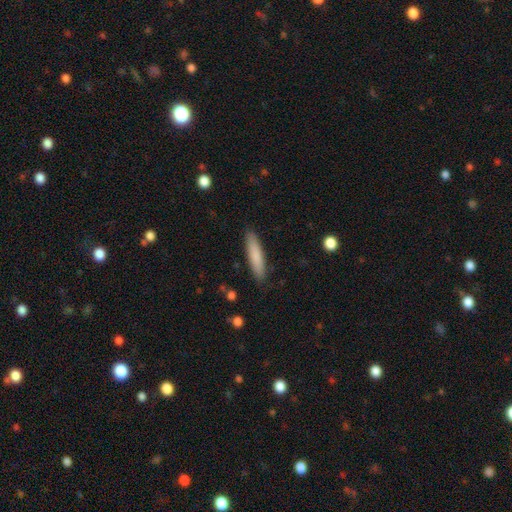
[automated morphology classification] The model was most divided on "how rounded": cigar-shaped: 82%, in between: 17%, round: 1%. More confident: merging — none (89%); smooth or featured — smooth (81%).